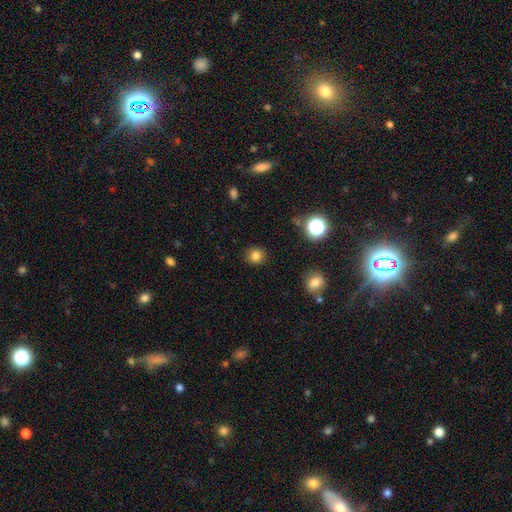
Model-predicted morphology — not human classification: This appears to be a smooth galaxy with no disk features (81%) that is round (89%). Merging: none (89%).